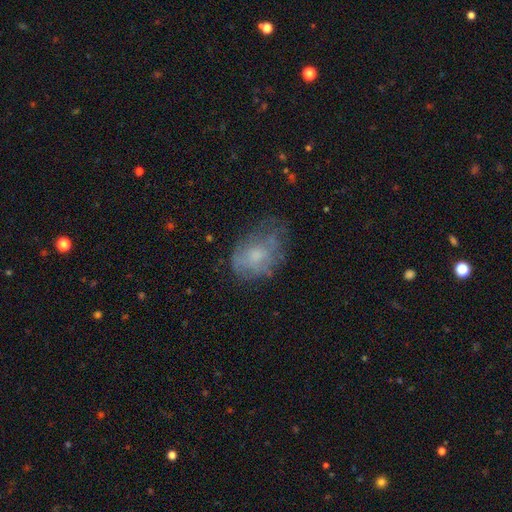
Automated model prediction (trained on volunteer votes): The model was most divided on "smooth or featured": smooth: 53%, featured or disk: 35%, star or artifact: 12%. More confident: how rounded — in between (74%); merging — none (53%).